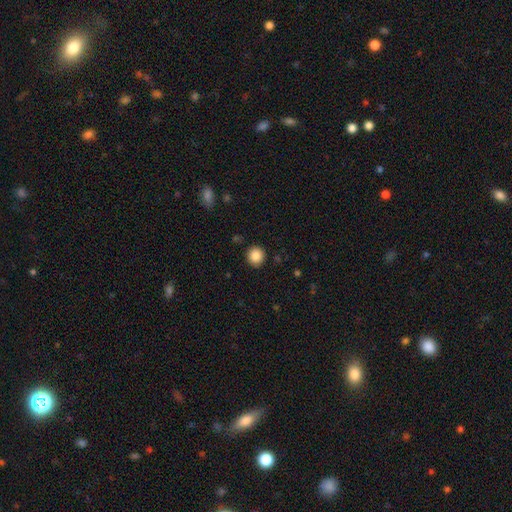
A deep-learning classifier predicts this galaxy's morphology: Smooth or featured? Predicted: smooth (p=0.86). How rounded? Predicted: round (p=0.91). Merging? Predicted: none (p=0.91).